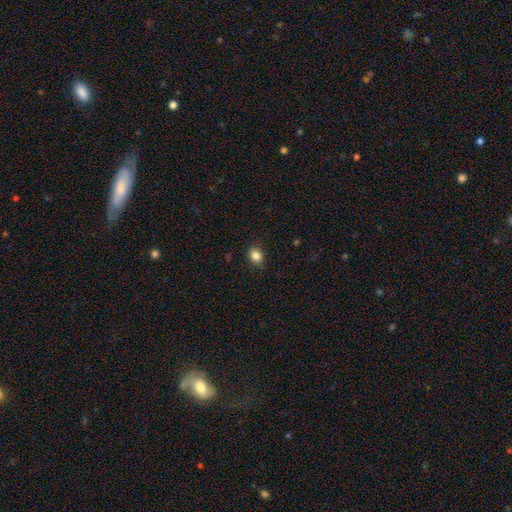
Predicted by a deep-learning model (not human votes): Morphology: type=smooth (85%); roundness=in between (53%); merging=none (85%).